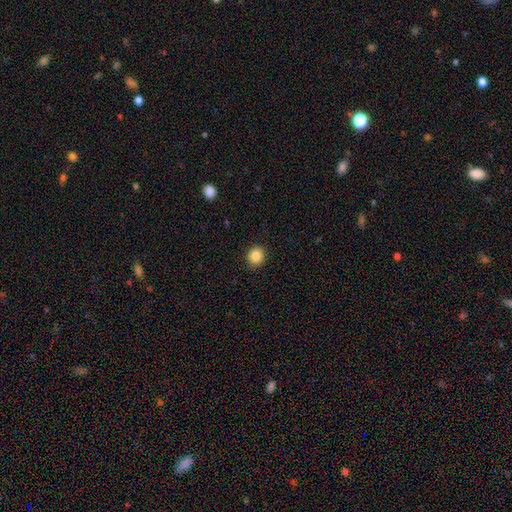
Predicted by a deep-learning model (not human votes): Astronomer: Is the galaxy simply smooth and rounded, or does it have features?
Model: smooth — 87%.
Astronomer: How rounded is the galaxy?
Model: round — 84%.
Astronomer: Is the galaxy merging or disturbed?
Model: none — 91%.